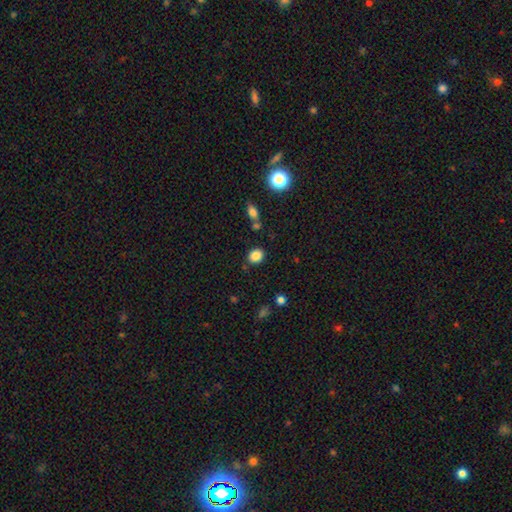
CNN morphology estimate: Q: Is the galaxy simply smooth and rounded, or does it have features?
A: smooth — 85%.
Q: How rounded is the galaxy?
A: round — 61%.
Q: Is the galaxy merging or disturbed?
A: none — 83%.